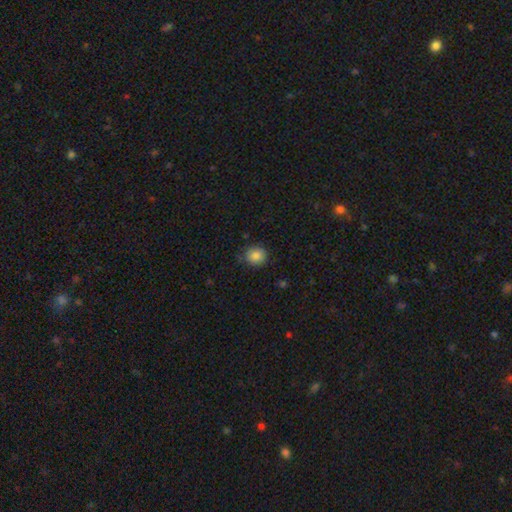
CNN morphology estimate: Smooth or featured?
  - smooth: 86% *
  - star or artifact: 9%
  - featured or disk: 4%
How rounded?
  - round: 81% *
  - in between: 18%
  - cigar-shaped: 1%
Merging?
  - none: 81% *
  - minor disturbance: 15%
  - major disturbance: 3%
  - merger: 1%